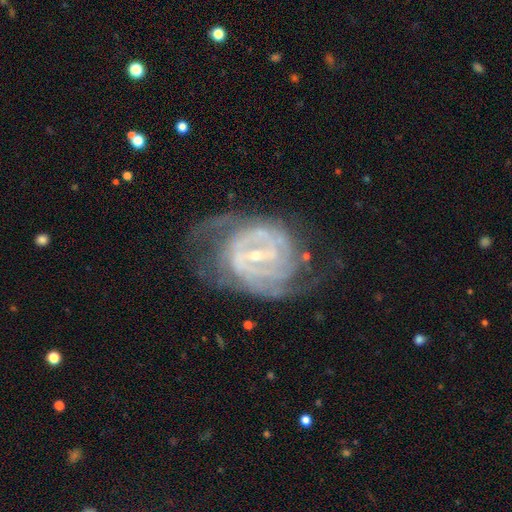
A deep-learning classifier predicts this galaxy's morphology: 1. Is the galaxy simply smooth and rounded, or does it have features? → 88% featured or disk, 6% smooth, 6% star or artifact.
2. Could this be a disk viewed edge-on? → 96% no, 4% yes.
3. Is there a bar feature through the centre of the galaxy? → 43% strong, 41% weak, 15% no.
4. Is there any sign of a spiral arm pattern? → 93% yes, 7% no.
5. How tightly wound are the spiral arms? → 58% tight, 33% medium, 9% loose.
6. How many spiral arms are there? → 38% 2, 31% can't tell, 13% 3, 9% 4, 5% more than 4, 5% 1.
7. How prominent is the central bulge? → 76% small, 20% moderate, 2% none, 1% large, 1% dominant.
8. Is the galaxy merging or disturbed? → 60% none, 21% minor disturbance, 18% major disturbance, 2% merger.